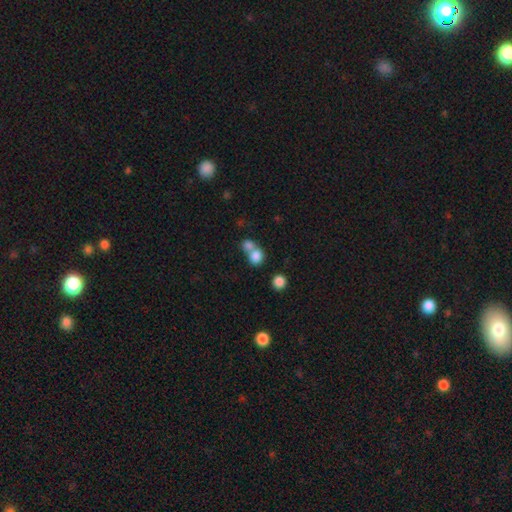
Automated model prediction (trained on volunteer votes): A smooth galaxy with no disk features (80%) that is round (72%). Merging: merger (57%).